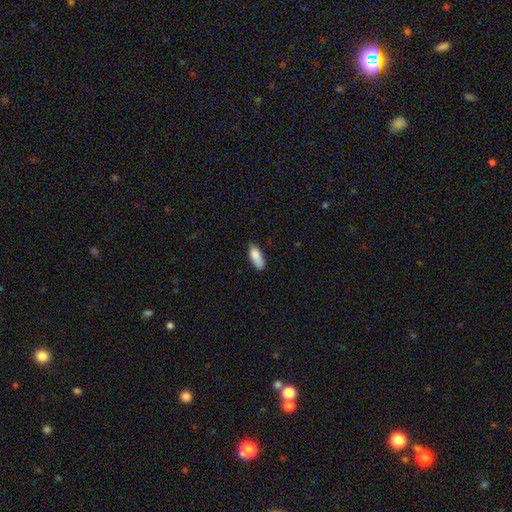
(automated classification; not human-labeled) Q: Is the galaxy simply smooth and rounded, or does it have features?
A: smooth — 87%.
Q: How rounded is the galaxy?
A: in between — 75%.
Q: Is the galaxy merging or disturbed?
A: none — 73%.